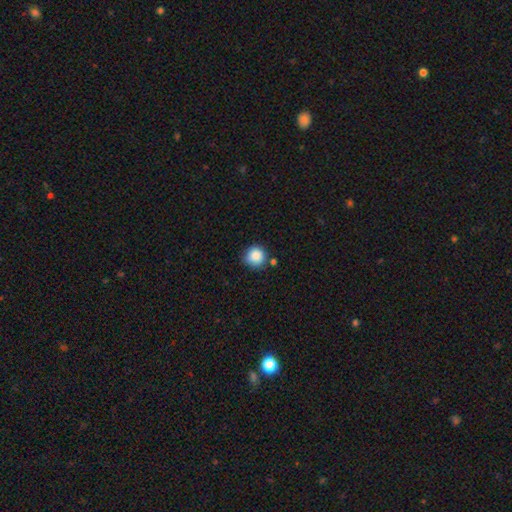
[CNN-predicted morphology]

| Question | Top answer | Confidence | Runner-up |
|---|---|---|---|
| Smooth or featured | smooth | 87% | star or artifact (9%) |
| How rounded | round | 93% | in between (6%) |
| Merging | none | 75% | minor disturbance (16%) |